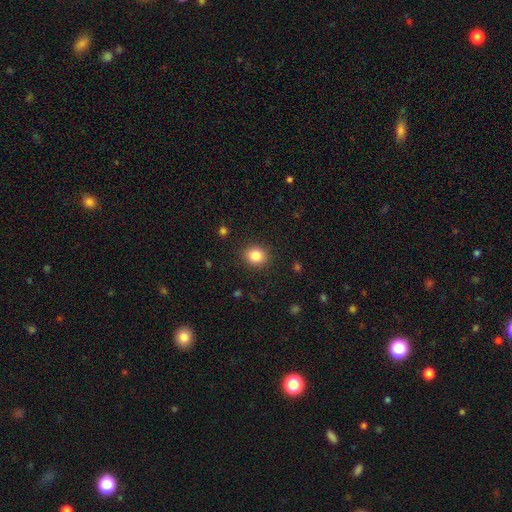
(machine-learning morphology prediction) Smooth or featured? smooth (84%)
How rounded? round (79%)
Merging? none (89%)